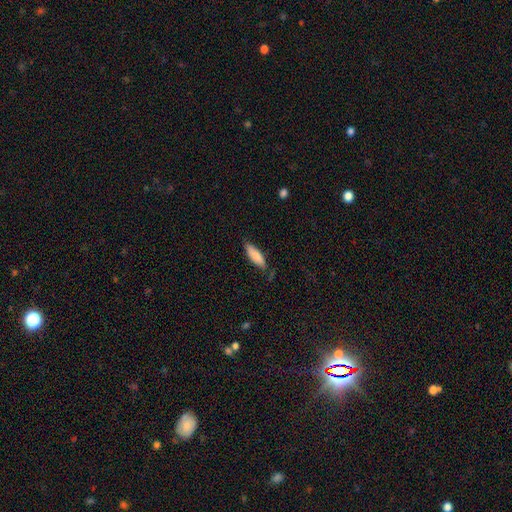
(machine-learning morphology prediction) Smooth or featured: smooth — 84% (featured or disk — 10%)
How rounded: in between — 53% (cigar-shaped — 46%)
Merging: none — 71% (minor disturbance — 22%)